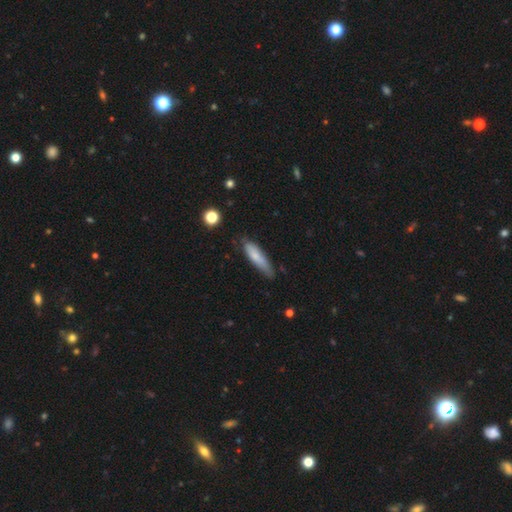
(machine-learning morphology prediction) Overall: smooth (75%). How rounded: cigar-shaped (71%). Merging: none (63%; minor disturbance 29%).